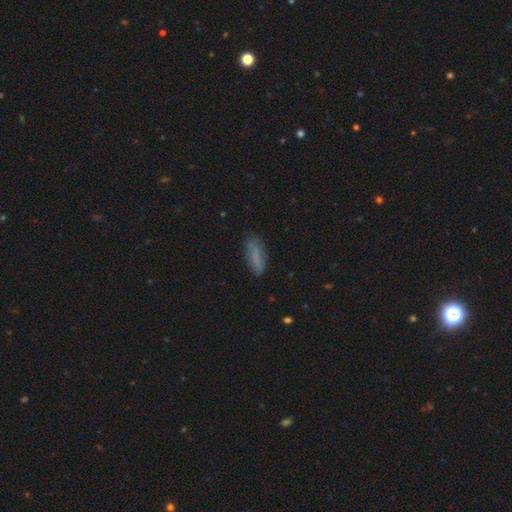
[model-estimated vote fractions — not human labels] smooth-or-featured: smooth: 76% | featured or disk: 16% | star or artifact: 8%
  how-rounded: in between: 55% | cigar-shaped: 43% | round: 2%
  merging: none: 78% | minor disturbance: 17% | major disturbance: 4% | merger: 2%